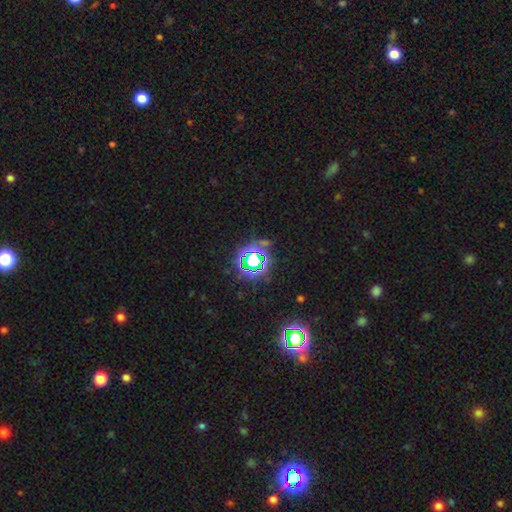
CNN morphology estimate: smooth-or-featured: star or artifact: 75% | smooth: 16% | featured or disk: 9%